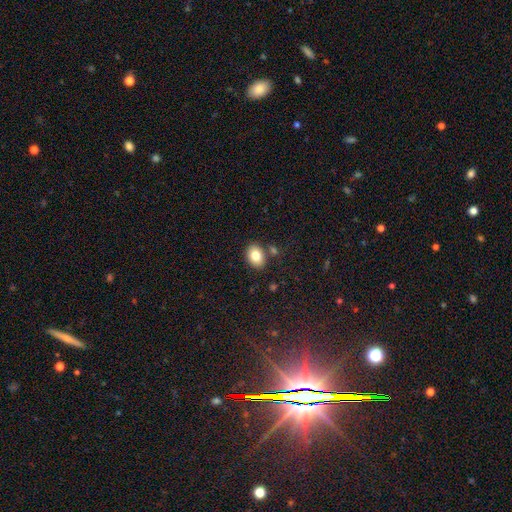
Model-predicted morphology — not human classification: This is clearly a smooth galaxy (83%). How rounded: likely in between (71%). Merging: clearly none (81%).